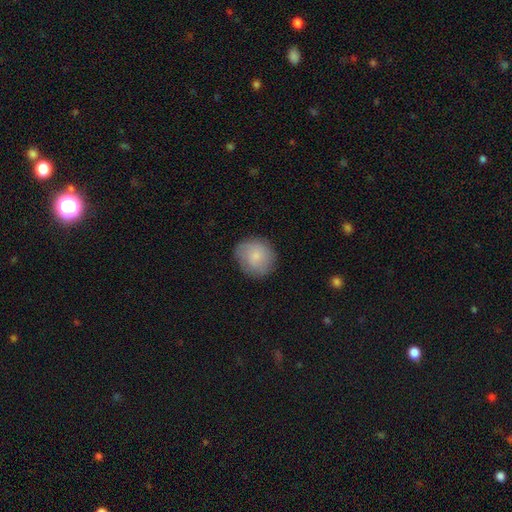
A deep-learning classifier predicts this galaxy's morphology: smooth-or-featured: smooth: 82% | featured or disk: 11% | star or artifact: 7%
  how-rounded: round: 85% | in between: 14% | cigar-shaped: 1%
  merging: none: 81% | minor disturbance: 15% | major disturbance: 4% | merger: 1%